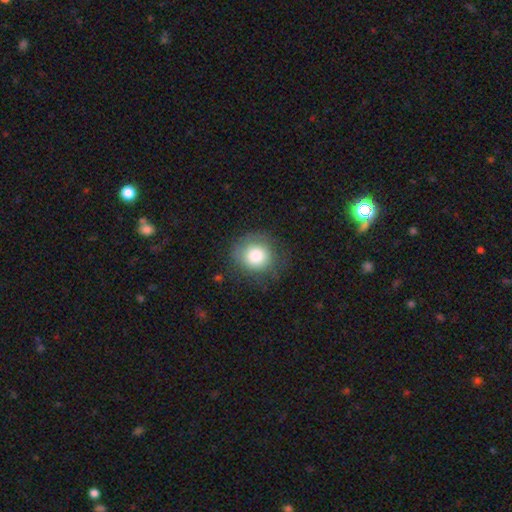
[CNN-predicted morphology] Q: Smooth or featured?
A: smooth (79%); runner-up: featured or disk (12%)
Q: How rounded?
A: round (89%); runner-up: in between (10%)
Q: Merging?
A: none (75%); runner-up: minor disturbance (16%)